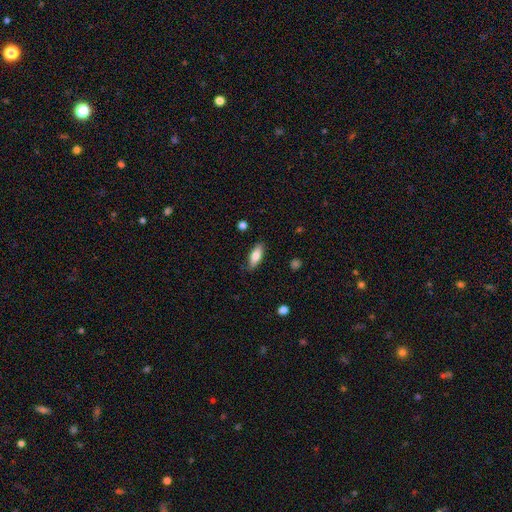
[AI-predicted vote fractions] smooth-or-featured: smooth: 79% | featured or disk: 14% | star or artifact: 6%
  how-rounded: in between: 70% | cigar-shaped: 28% | round: 2%
  merging: none: 82% | minor disturbance: 14% | major disturbance: 3% | merger: 1%